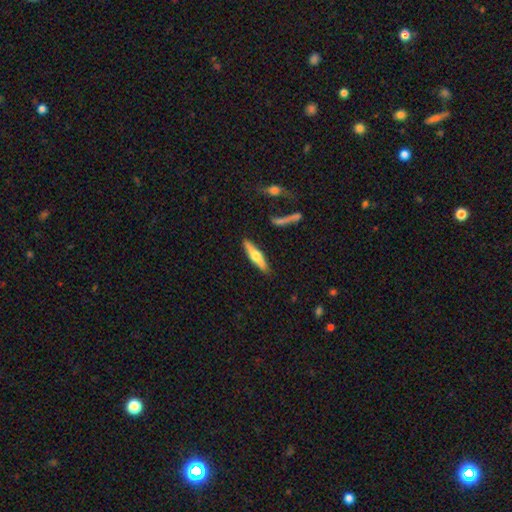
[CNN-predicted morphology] smooth-or-featured: featured or disk: 54% | smooth: 40% | star or artifact: 5%
  disk-edge-on: yes: 94% | no: 6%
    edge-on-bulge: rounded: 91% | boxy: 5% | none: 4%
  merging: none: 87% | minor disturbance: 8% | merger: 2% | major disturbance: 2%